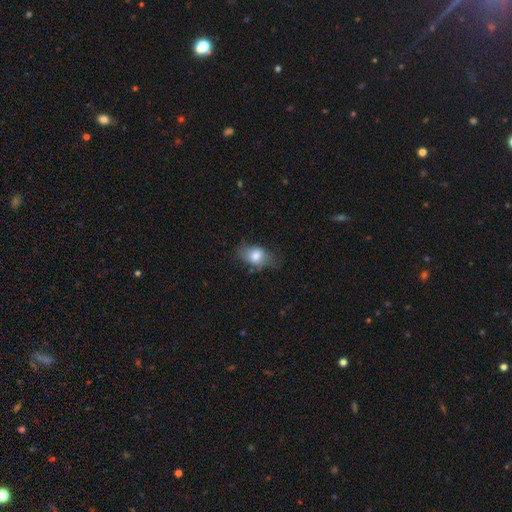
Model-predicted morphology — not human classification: smooth 78%, featured or disk 14%, star or artifact 8%. Down the decision tree: how rounded — in between (82%); merging — none (56%).